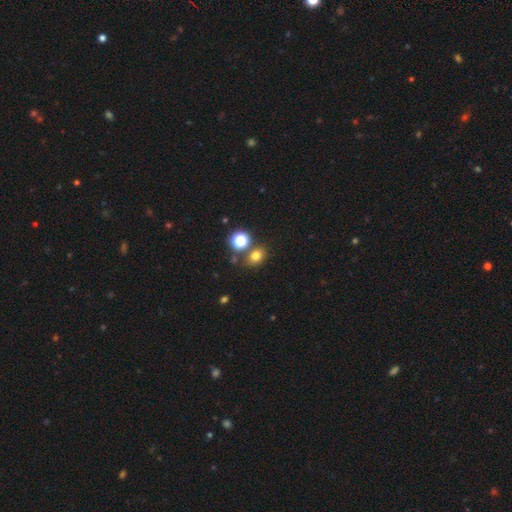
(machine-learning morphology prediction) This appears to be a smooth galaxy with no disk features (73%) that is round (55%). Merging: none (72%).